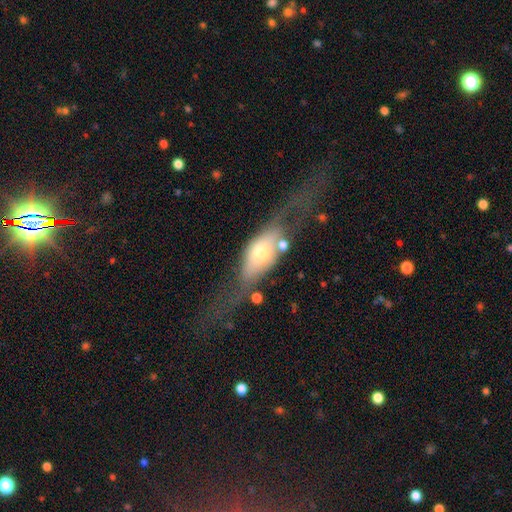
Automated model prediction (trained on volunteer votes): Smooth or featured? featured or disk (47%)
Merging? major disturbance (36%)